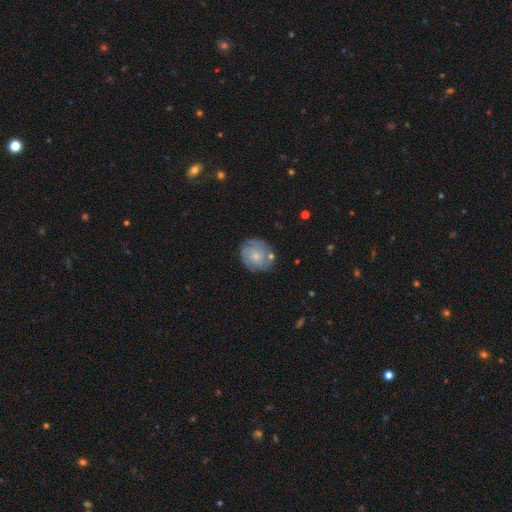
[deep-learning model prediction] Smooth or featured?
  - featured or disk: 58% *
  - smooth: 35%
  - star or artifact: 7%
Edge-on disk?
  - no: 97% *
  - yes: 3%
Bar?
  - no: 79% *
  - weak: 18%
  - strong: 2%
Spiral arms?
  - yes: 80% *
  - no: 20%
Bulge size?
  - small: 69% *
  - moderate: 26%
  - none: 3%
  - large: 1%
  - dominant: 1%
Merging?
  - none: 69% *
  - minor disturbance: 19%
  - merger: 6%
  - major disturbance: 6%